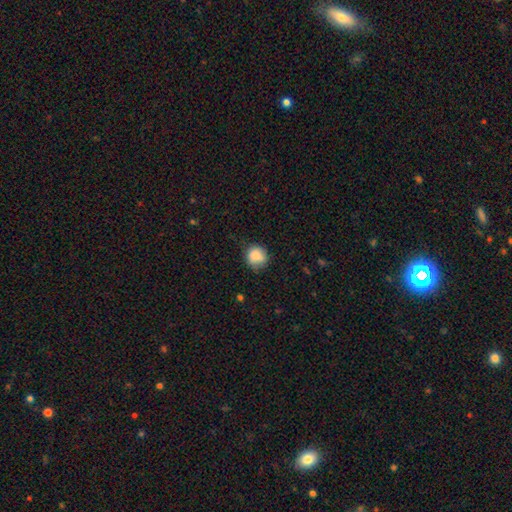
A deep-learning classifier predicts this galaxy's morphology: smooth-or-featured: smooth: 87% | star or artifact: 8% | featured or disk: 5%
  how-rounded: round: 86% | in between: 13% | cigar-shaped: 1%
  merging: none: 74% | minor disturbance: 20% | major disturbance: 4% | merger: 1%